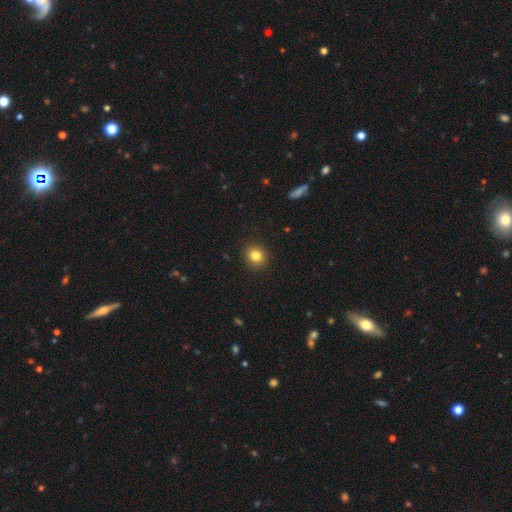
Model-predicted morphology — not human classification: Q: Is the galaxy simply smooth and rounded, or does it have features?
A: smooth — 83%.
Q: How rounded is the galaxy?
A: round — 80%.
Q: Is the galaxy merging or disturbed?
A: none — 91%.